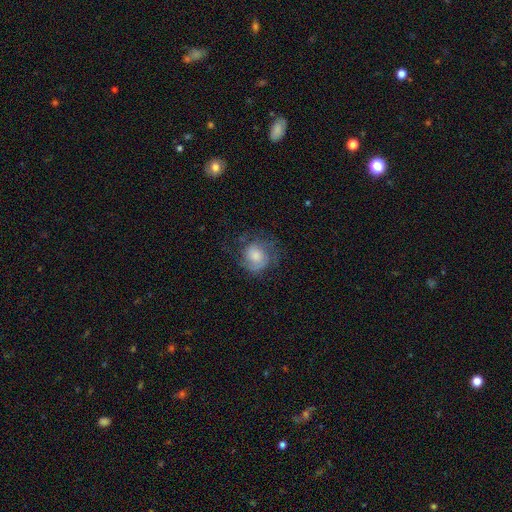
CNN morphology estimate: This appears to be a featured or disk galaxy (48%). Merging: none (57%).